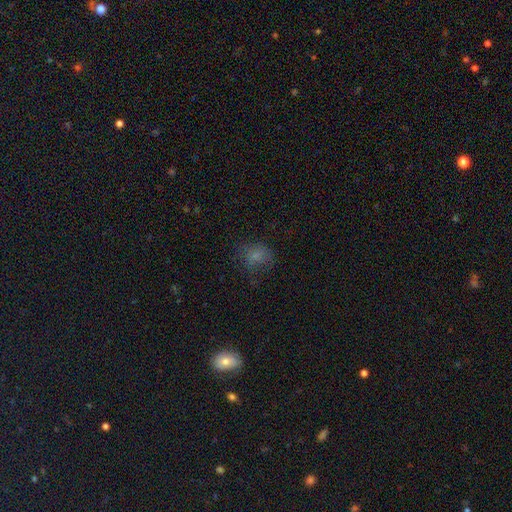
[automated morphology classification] Smooth or featured?
  - smooth: 71% *
  - star or artifact: 17%
  - featured or disk: 13%
How rounded?
  - round: 67% *
  - in between: 32%
  - cigar-shaped: 1%
Merging?
  - none: 61% *
  - minor disturbance: 22%
  - major disturbance: 15%
  - merger: 2%